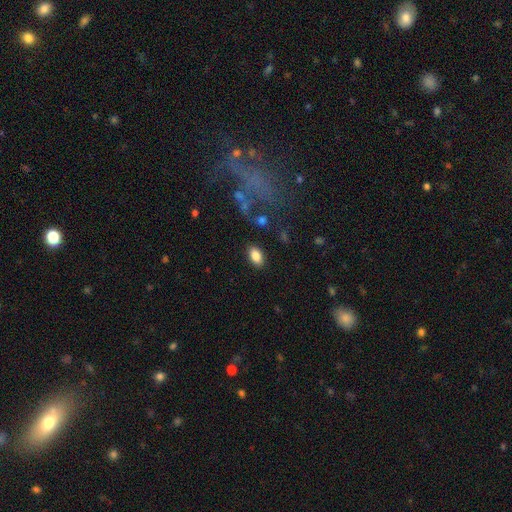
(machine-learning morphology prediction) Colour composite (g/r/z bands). It shows a smooth galaxy with no disk features (84%) that is in between round and cigar-shaped (91%). Merging: none (86%).